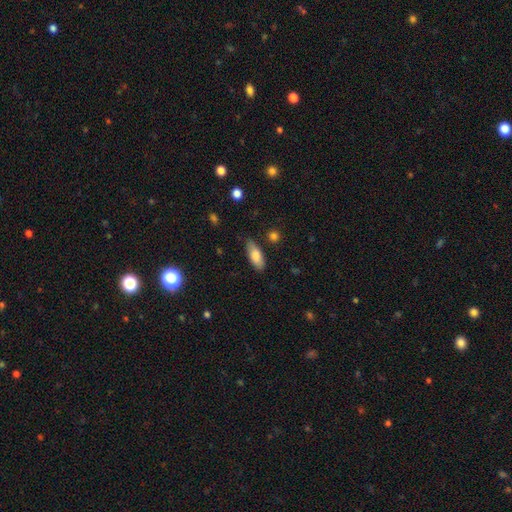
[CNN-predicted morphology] The model was most divided on "how rounded": in between: 75%, cigar-shaped: 23%, round: 2%. More confident: smooth or featured — smooth (81%); merging — none (78%).